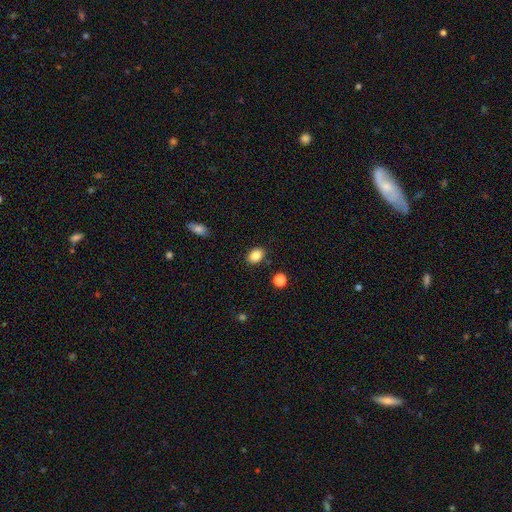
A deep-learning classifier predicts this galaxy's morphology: Smooth or featured?
  - smooth: 86% *
  - star or artifact: 9%
  - featured or disk: 5%
How rounded?
  - in between: 72% *
  - round: 27%
  - cigar-shaped: 1%
Merging?
  - none: 86% *
  - minor disturbance: 9%
  - merger: 2%
  - major disturbance: 2%